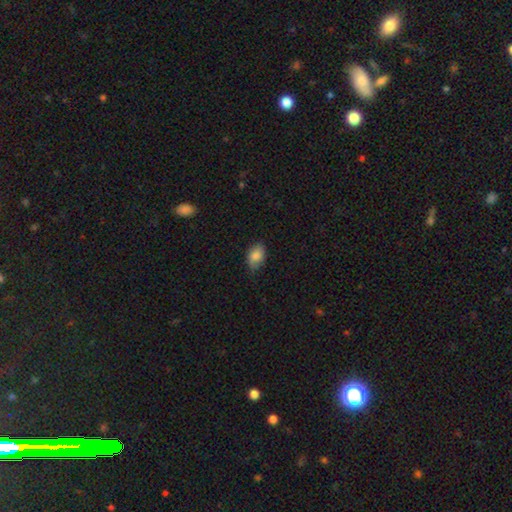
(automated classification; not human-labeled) Overall: smooth (83%). How rounded: in between (85%). Merging: none (73%).